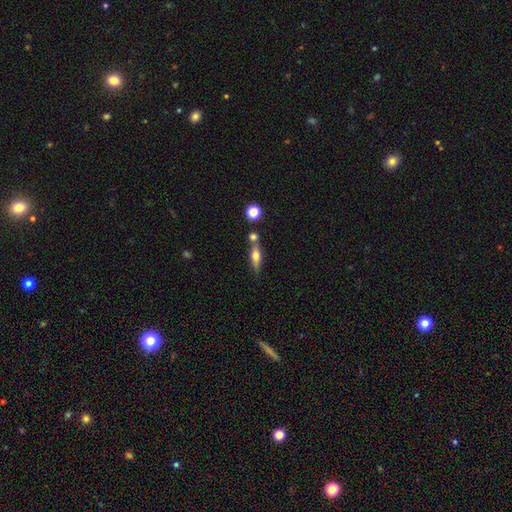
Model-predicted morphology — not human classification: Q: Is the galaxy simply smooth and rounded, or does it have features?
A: smooth — 53%.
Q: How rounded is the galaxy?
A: cigar-shaped — 54%.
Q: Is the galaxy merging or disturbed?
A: none — 59%.